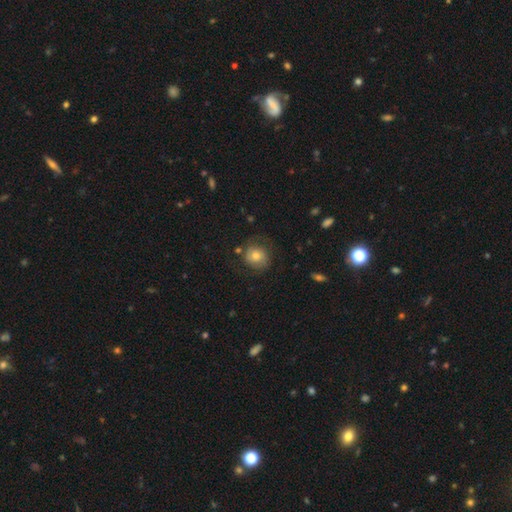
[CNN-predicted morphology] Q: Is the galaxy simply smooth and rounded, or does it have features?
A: smooth — 54%.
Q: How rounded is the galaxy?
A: round — 81%.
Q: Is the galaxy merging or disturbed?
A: none — 69%.